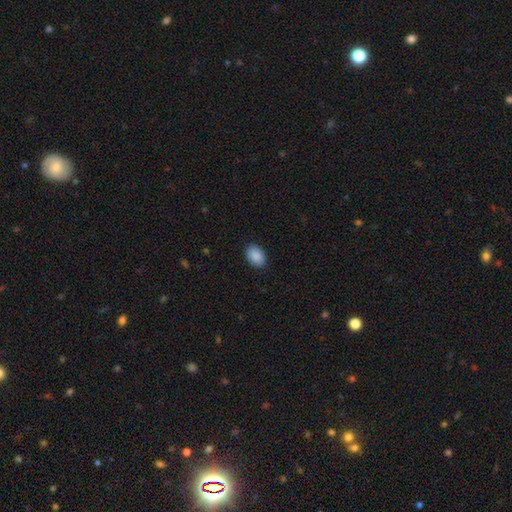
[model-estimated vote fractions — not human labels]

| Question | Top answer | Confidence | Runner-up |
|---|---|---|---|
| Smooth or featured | smooth | 90% | star or artifact (7%) |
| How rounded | in between | 84% | round (15%) |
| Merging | none | 89% | minor disturbance (8%) |